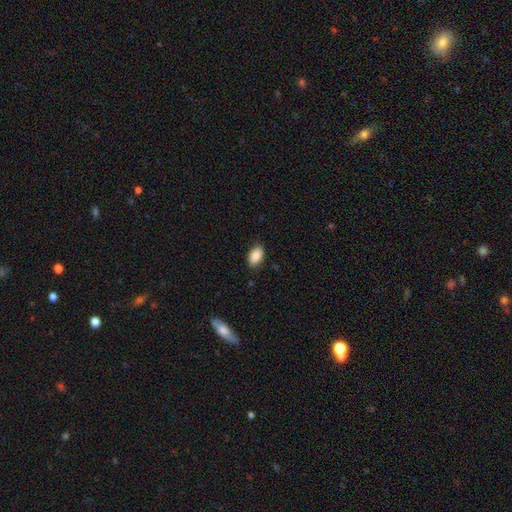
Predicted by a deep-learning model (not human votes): The model was most divided on "merging": none: 85%, minor disturbance: 12%, major disturbance: 2%, merger: 1%. More confident: how rounded — in between (91%); smooth or featured — smooth (89%).